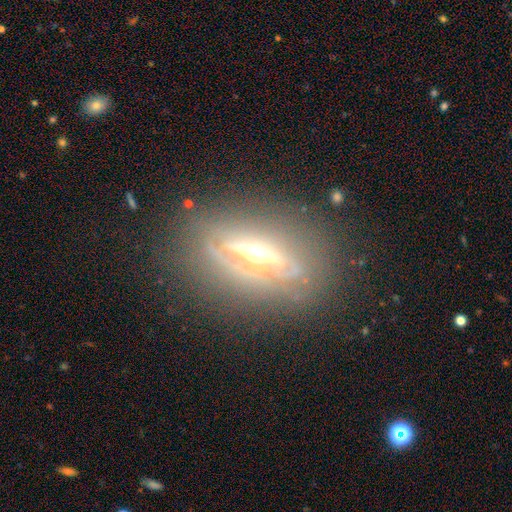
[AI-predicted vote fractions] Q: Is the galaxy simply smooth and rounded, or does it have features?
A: featured or disk — 76%.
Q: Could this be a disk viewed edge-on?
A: yes — 74%.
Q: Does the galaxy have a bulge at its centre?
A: rounded — 87%.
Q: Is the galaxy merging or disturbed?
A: none — 79%.